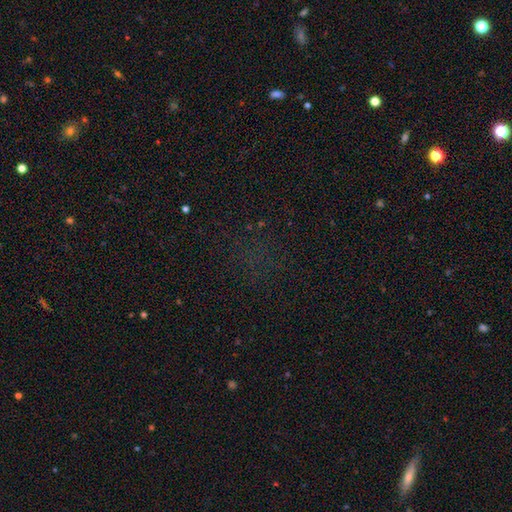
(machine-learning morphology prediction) A star or artifact, not a galaxy (65%).